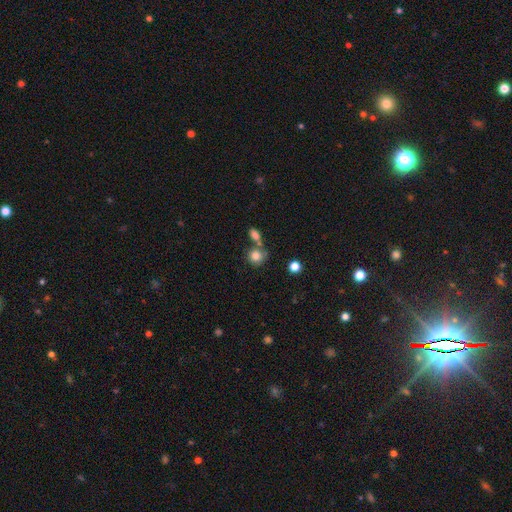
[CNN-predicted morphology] A smooth galaxy with no disk features (82%) that is round (80%).

Vote fractions:
- Smooth or featured? smooth: 82% / star or artifact: 11% / featured or disk: 8%
- How rounded? round: 80% / in between: 19% / cigar-shaped: 1%
- Merging? none: 54% / merger: 30% / minor disturbance: 12% / major disturbance: 5%